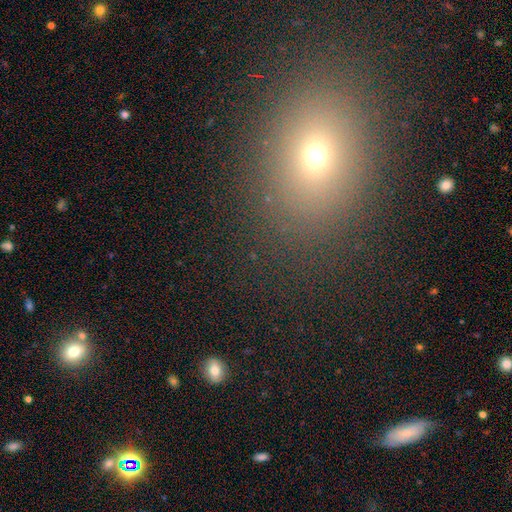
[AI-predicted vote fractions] Smooth or featured? Predicted: smooth (p=0.59). How rounded? Predicted: in between (p=0.54). Merging? Predicted: none (p=0.86).